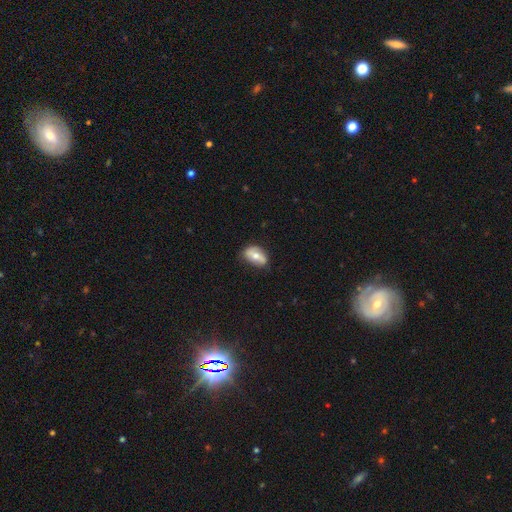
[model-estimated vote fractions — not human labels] Q: Smooth or featured?
A: smooth (55%); runner-up: featured or disk (38%)
Q: How rounded?
A: in between (87%); runner-up: round (9%)
Q: Merging?
A: none (68%); runner-up: minor disturbance (25%)